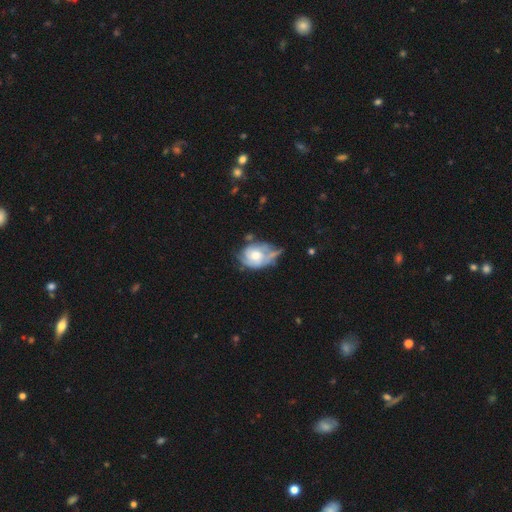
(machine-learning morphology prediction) This is likely a featured or disk galaxy (63%). It is clearly not viewed edge-on (96%). Bar: likely no (79%). Spiral arm pattern: likely yes (69%). Central bulge: likely moderate (62%). Merging: marginally minor disturbance (34%, tied with none).